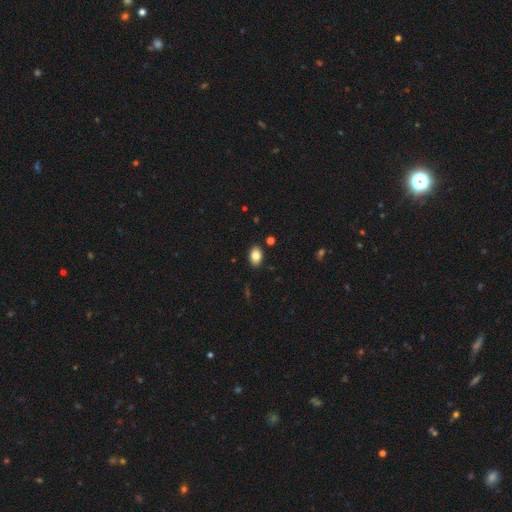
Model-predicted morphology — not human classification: Smooth or featured: smooth — 84% (star or artifact — 8%)
How rounded: in between — 87% (round — 12%)
Merging: none — 88% (minor disturbance — 8%)